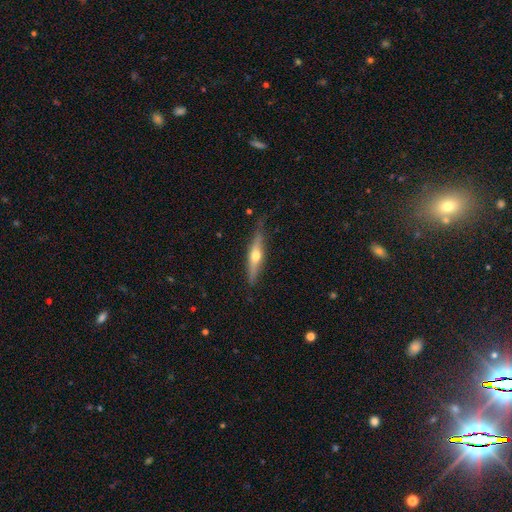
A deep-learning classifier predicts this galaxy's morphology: Overall: featured or disk (58%; smooth 36%). Edge-on disk: yes (93%). Edge-on bulge: rounded (92%). Merging: none (77%).